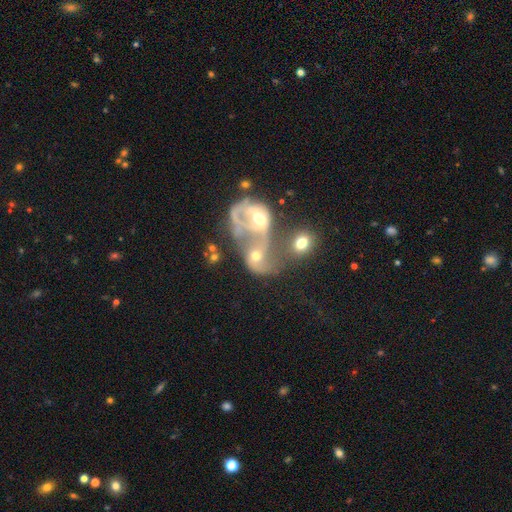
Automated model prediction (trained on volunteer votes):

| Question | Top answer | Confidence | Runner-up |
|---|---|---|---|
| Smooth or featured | featured or disk | 70% | smooth (19%) |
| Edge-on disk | no | 96% | yes (4%) |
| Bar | no | 70% | weak (21%) |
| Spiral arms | yes | 55% | no (45%) |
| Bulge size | moderate | 56% | small (28%) |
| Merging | merger | 72% | none (12%) |